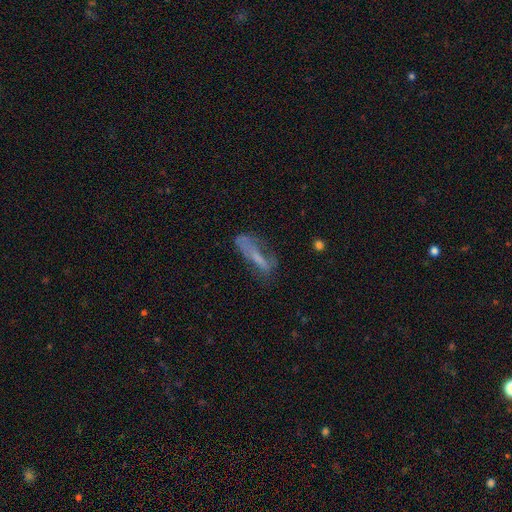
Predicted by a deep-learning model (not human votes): This appears to be a smooth galaxy with no disk features (48%). Merging: none (40%).